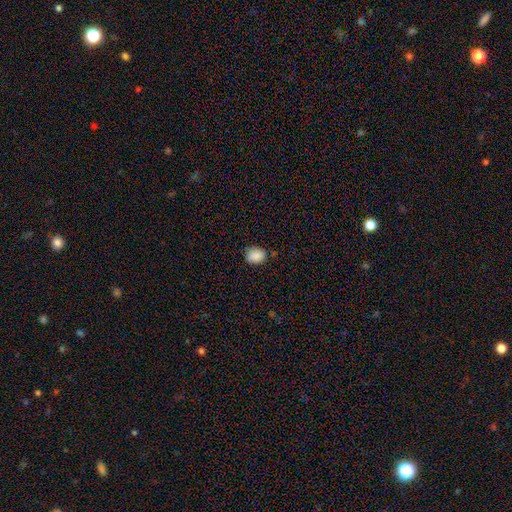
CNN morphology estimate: Smooth or featured? Predicted: smooth (p=0.89). How rounded? Predicted: in between (p=0.62). Merging? Predicted: none (p=0.77).